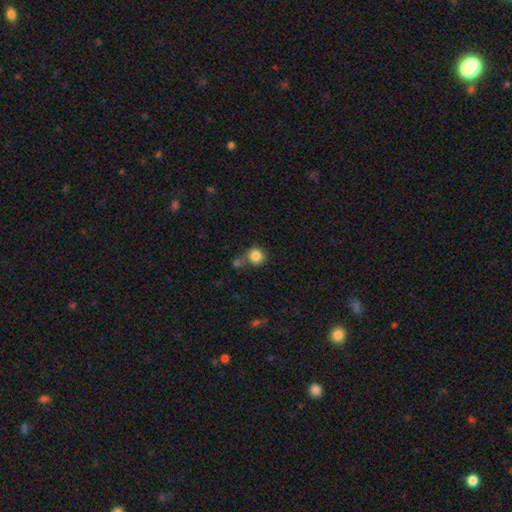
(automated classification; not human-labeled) Overall: smooth (84%). How rounded: round (90%). Merging: none (64%).